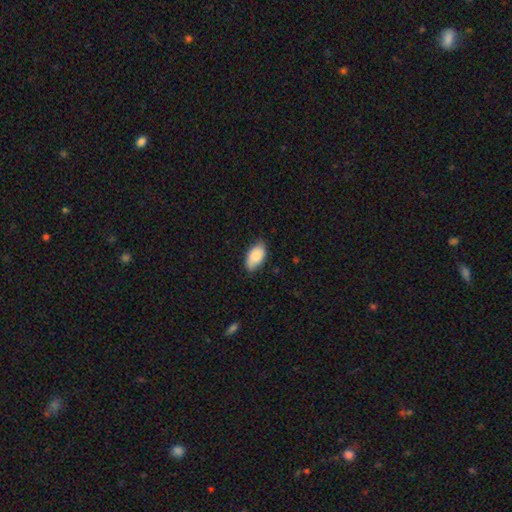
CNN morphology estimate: Smooth or featured?
  - smooth: 85% *
  - featured or disk: 9%
  - star or artifact: 6%
How rounded?
  - in between: 94% *
  - round: 3%
  - cigar-shaped: 2%
Merging?
  - none: 73% *
  - minor disturbance: 23%
  - major disturbance: 3%
  - merger: 1%